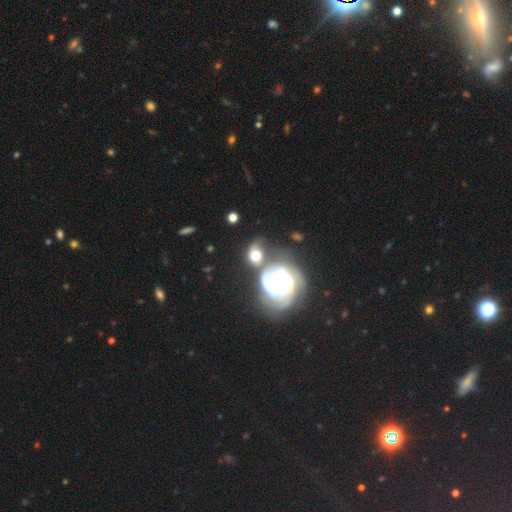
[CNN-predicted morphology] Smooth or featured? Predicted: featured or disk (p=0.47). Merging? Predicted: none (p=0.36).